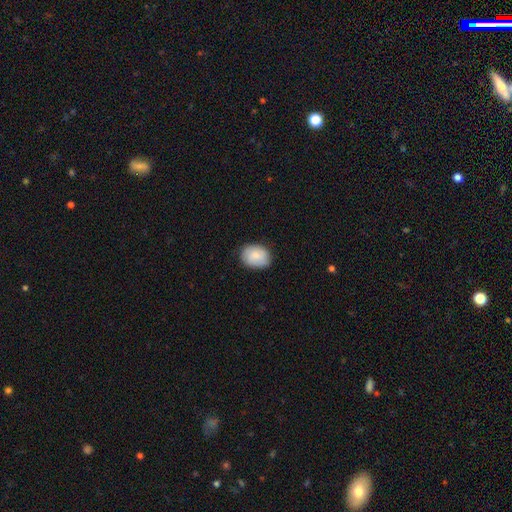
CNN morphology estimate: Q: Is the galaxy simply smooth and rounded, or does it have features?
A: smooth — 82%.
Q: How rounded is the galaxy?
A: in between — 65%.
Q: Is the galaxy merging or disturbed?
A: none — 80%.